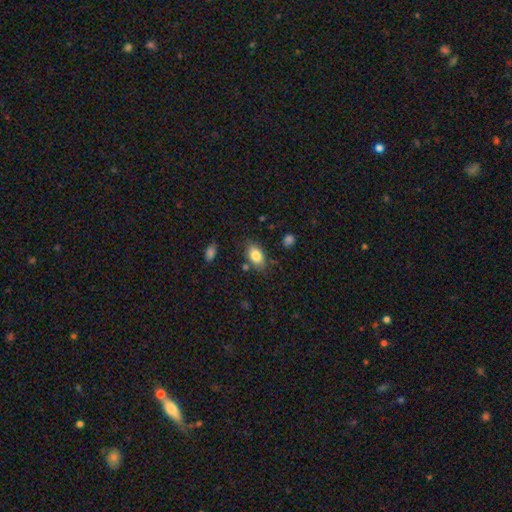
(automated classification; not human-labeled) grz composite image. It shows a smooth galaxy with no disk features (81%) that is in between round and cigar-shaped (89%). Merging: none (77%).